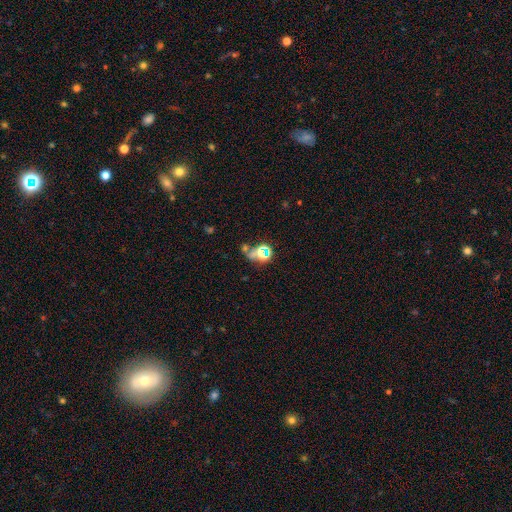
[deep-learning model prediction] This is marginally a star or artifact rather than a galaxy (45%).